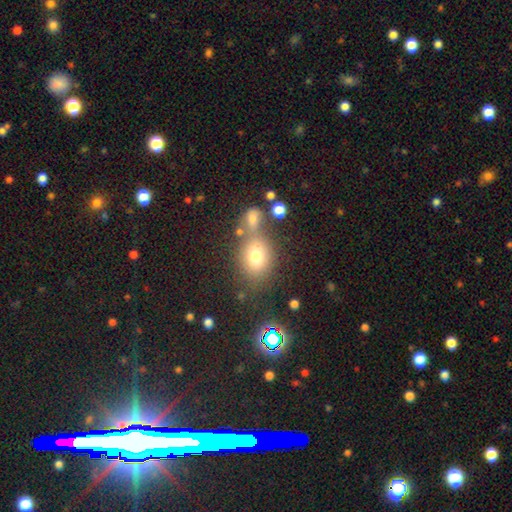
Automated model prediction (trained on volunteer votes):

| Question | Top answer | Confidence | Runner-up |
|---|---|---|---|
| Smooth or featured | smooth | 71% | star or artifact (16%) |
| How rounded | in between | 54% | round (45%) |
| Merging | none | 58% | merger (23%) |